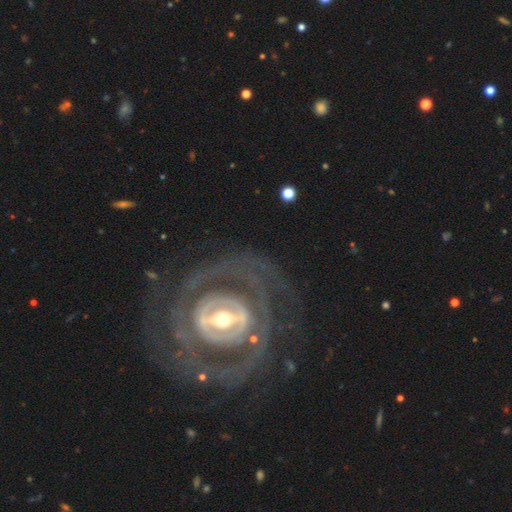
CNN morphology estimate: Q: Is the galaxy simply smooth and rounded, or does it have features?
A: featured or disk — 85%.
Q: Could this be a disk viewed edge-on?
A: no — 95%.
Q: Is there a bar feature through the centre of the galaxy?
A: strong — 43%.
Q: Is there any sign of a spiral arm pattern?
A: yes — 73%.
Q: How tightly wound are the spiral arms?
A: tight — 67%.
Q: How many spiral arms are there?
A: can't tell — 37%.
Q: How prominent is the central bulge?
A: moderate — 53%.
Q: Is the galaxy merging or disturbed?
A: none — 76%.